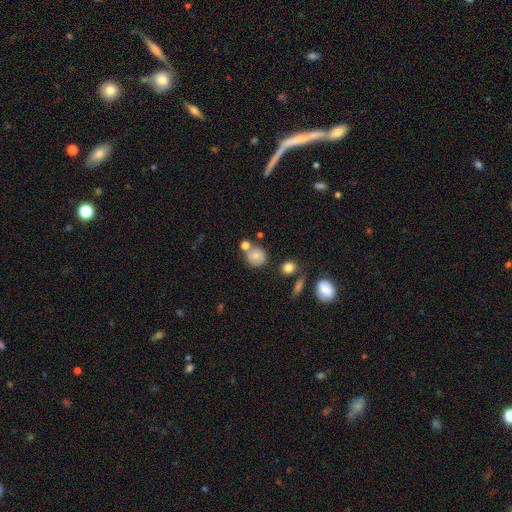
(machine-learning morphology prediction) Smooth or featured?
  - smooth: 67% *
  - featured or disk: 22%
  - star or artifact: 11%
How rounded?
  - round: 82% *
  - in between: 17%
  - cigar-shaped: 1%
Merging?
  - none: 58% *
  - merger: 21%
  - minor disturbance: 16%
  - major disturbance: 5%